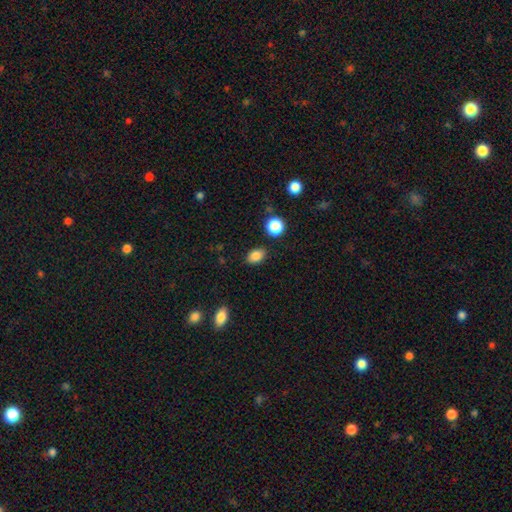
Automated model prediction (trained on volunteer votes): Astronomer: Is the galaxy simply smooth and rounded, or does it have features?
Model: smooth — 86%.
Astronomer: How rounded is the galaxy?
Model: in between — 80%.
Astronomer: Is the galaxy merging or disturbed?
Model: none — 84%.